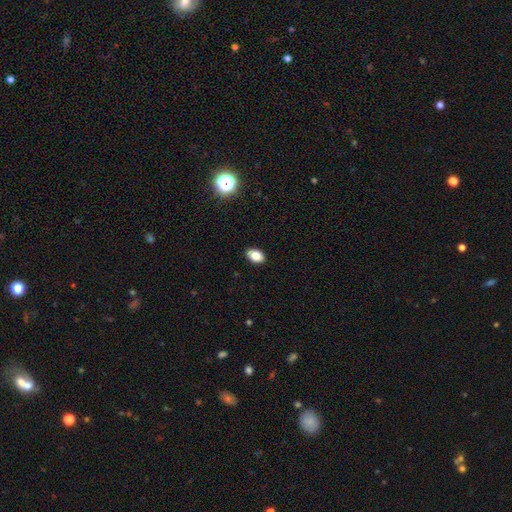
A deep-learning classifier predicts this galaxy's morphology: A smooth galaxy with no disk features (82%) that is in between round and cigar-shaped (87%).

Vote fractions:
- Smooth or featured? smooth: 82% / star or artifact: 10% / featured or disk: 8%
- How rounded? in between: 87% / round: 11% / cigar-shaped: 1%
- Merging? none: 89% / minor disturbance: 8% / major disturbance: 2% / merger: 1%